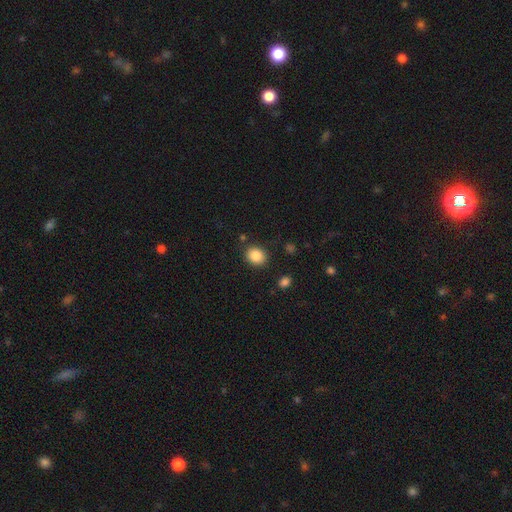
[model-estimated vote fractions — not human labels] Overall: smooth (86%). How rounded: round (59%; in between 41%). Merging: none (85%).